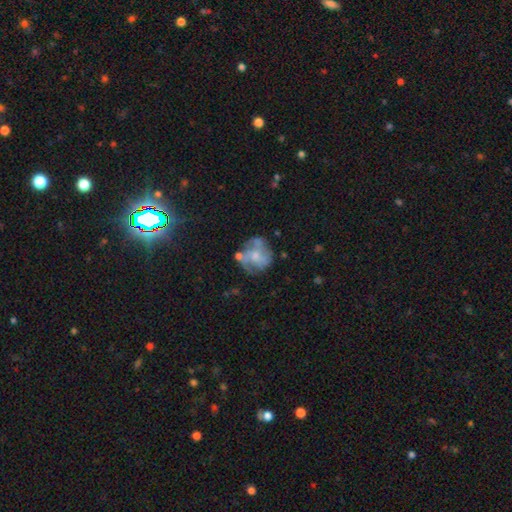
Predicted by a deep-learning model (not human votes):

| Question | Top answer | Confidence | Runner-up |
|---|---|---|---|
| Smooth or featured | featured or disk | 67% | smooth (25%) |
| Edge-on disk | no | 98% | yes (2%) |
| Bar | no | 74% | weak (22%) |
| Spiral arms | yes | 71% | no (29%) |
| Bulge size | small | 52% | moderate (36%) |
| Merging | none | 55% | minor disturbance (22%) |